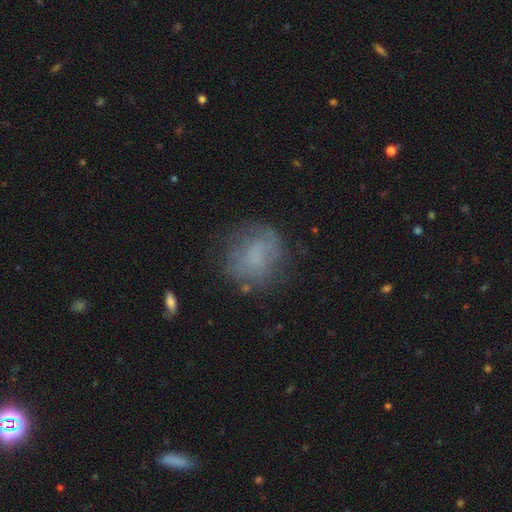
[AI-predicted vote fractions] Smooth or featured: smooth — 57% (featured or disk — 30%)
How rounded: round — 75% (in between — 23%)
Merging: none — 68% (minor disturbance — 20%)